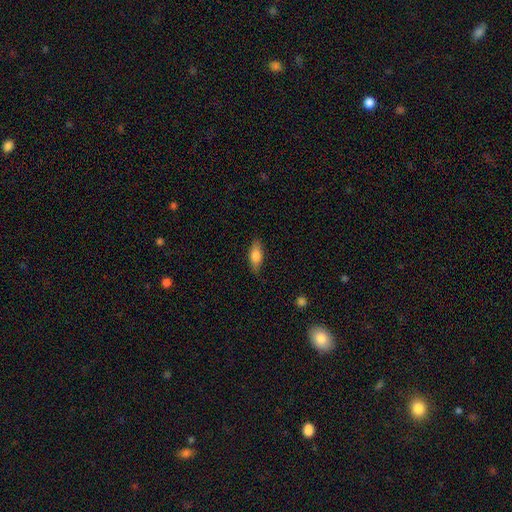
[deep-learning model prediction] Q: Smooth or featured?
A: smooth (76%); runner-up: featured or disk (18%)
Q: How rounded?
A: in between (77%); runner-up: cigar-shaped (20%)
Q: Merging?
A: none (81%); runner-up: minor disturbance (15%)